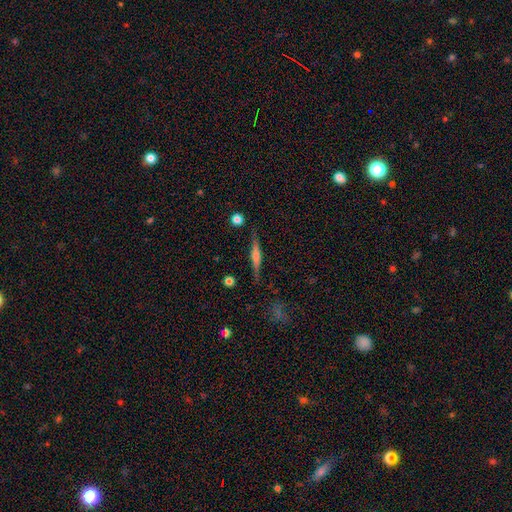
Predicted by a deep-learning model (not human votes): This is likely a featured or disk galaxy (60%). It is clearly viewed edge-on (97%). Edge-on bulge: likely rounded (62%). Merging: clearly none (86%).